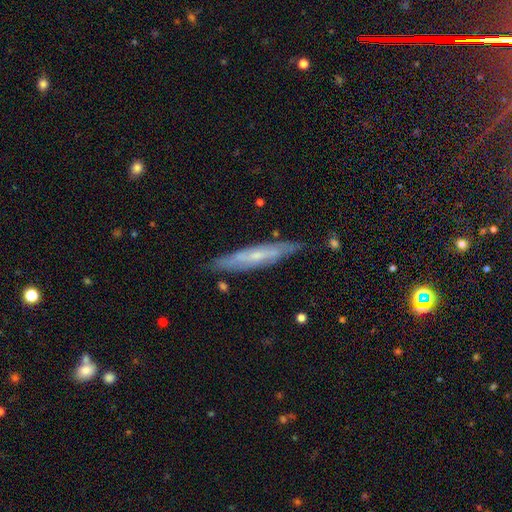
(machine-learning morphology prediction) type=featured or disk (60%); edge-on=yes (71%); merging=none (80%).